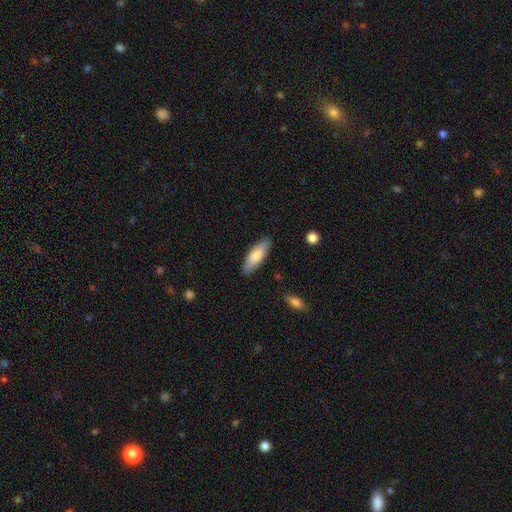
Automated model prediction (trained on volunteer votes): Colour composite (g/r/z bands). It shows a smooth galaxy with no disk features (77%) that is in between round and cigar-shaped (66%). Merging: none (87%).